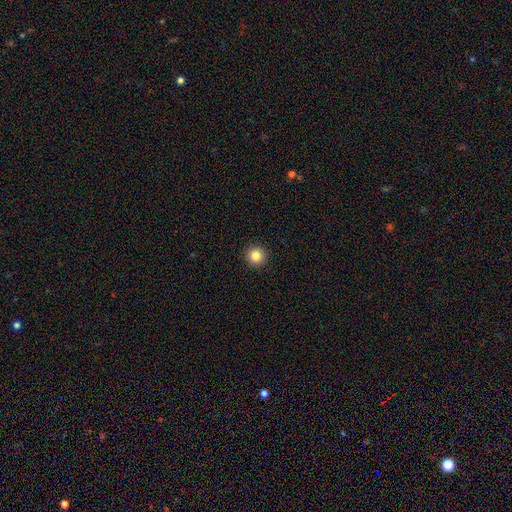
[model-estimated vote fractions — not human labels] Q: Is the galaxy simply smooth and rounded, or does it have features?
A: smooth — 84%.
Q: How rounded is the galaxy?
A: round — 95%.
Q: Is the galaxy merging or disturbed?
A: none — 93%.